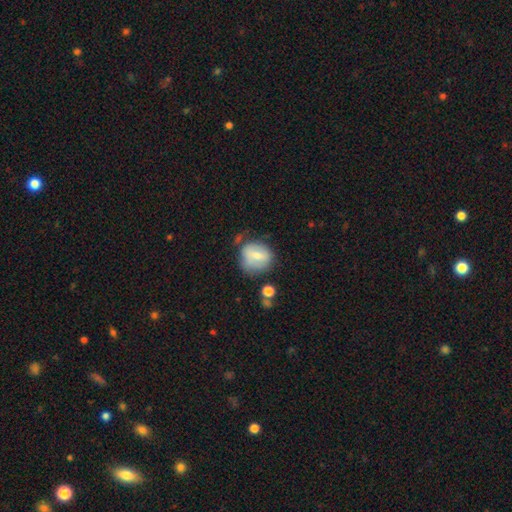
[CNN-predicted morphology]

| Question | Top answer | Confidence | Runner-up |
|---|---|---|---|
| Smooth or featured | smooth | 67% | featured or disk (25%) |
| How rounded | round | 70% | in between (29%) |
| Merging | none | 52% | minor disturbance (28%) |